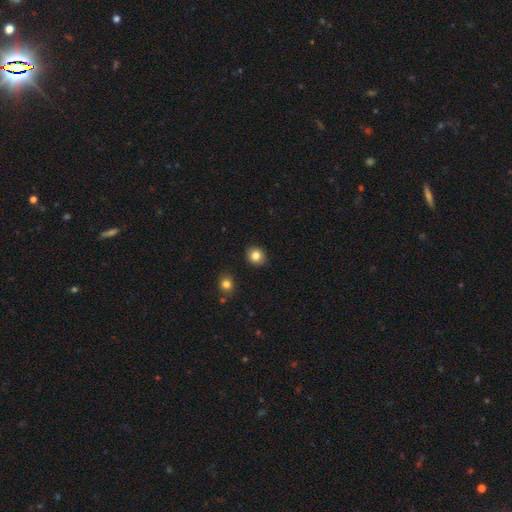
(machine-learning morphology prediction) Smooth or featured?
  - smooth: 84% *
  - star or artifact: 10%
  - featured or disk: 6%
How rounded?
  - round: 80% *
  - in between: 19%
  - cigar-shaped: 1%
Merging?
  - none: 90% *
  - minor disturbance: 7%
  - major disturbance: 2%
  - merger: 1%